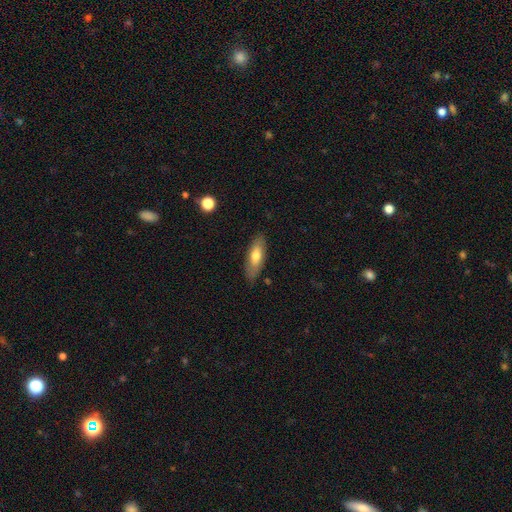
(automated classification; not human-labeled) The model was most divided on "how rounded": in between: 63%, cigar-shaped: 35%, round: 2%. More confident: merging — none (82%); smooth or featured — smooth (66%).